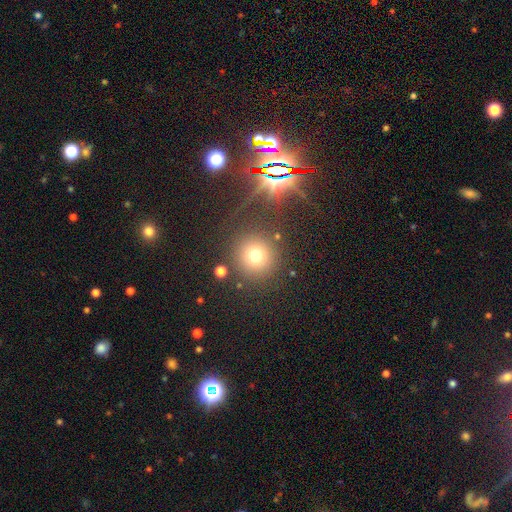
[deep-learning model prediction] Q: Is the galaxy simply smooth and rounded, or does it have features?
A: smooth — 70%.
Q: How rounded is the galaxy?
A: round — 95%.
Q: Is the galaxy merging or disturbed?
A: none — 85%.